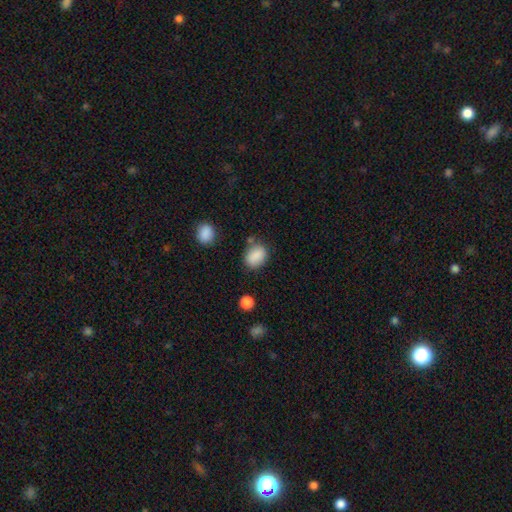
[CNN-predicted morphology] A smooth galaxy with no disk features (87%) that is in between round and cigar-shaped (73%). Merging: none (72%).